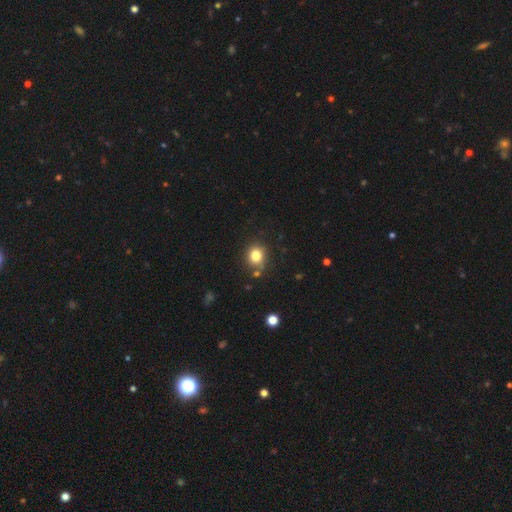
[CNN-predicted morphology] Smooth or featured? Predicted: smooth (p=0.80). How rounded? Predicted: round (p=0.80). Merging? Predicted: none (p=0.75).